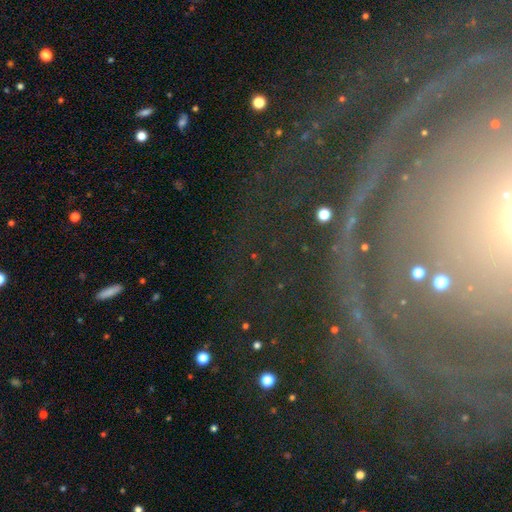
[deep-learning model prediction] Smooth or featured?
  - featured or disk: 53% *
  - star or artifact: 33%
  - smooth: 14%
Edge-on disk?
  - no: 83% *
  - yes: 17%
Merging?
  - none: 79% *
  - minor disturbance: 11%
  - major disturbance: 7%
  - merger: 4%